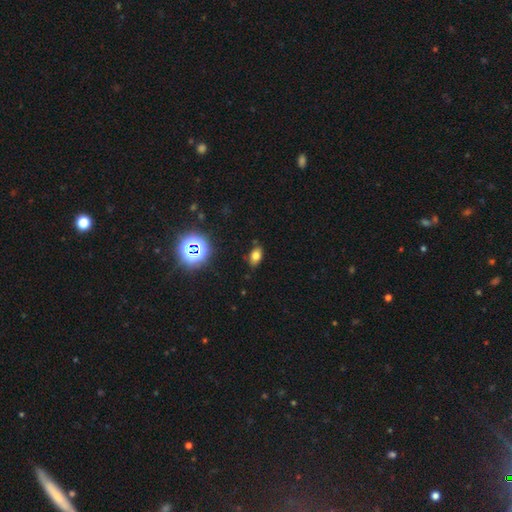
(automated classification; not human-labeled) Smooth or featured?
  - smooth: 69% *
  - star or artifact: 18%
  - featured or disk: 12%
How rounded?
  - in between: 87% *
  - round: 11%
  - cigar-shaped: 3%
Merging?
  - none: 83% *
  - minor disturbance: 13%
  - major disturbance: 3%
  - merger: 2%